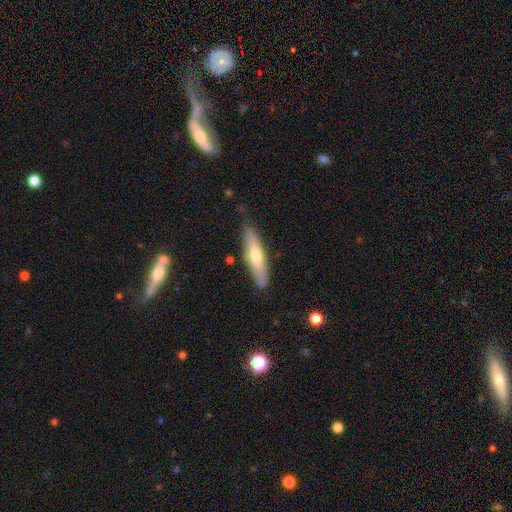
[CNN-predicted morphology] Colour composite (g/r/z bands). It shows a smooth galaxy with no disk features (57%) that is cigar-shaped (71%). Merging: none (81%).